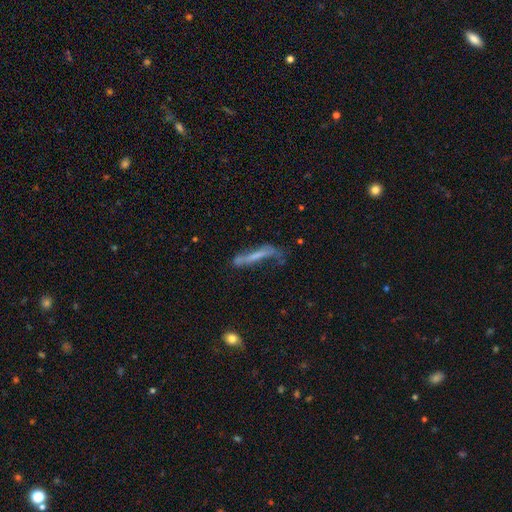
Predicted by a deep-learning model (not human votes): Smooth or featured?
  - featured or disk: 51% *
  - smooth: 39%
  - star or artifact: 10%
Edge-on disk?
  - yes: 58% *
  - no: 42%
Merging?
  - none: 38% *
  - major disturbance: 26%
  - minor disturbance: 26%
  - merger: 10%